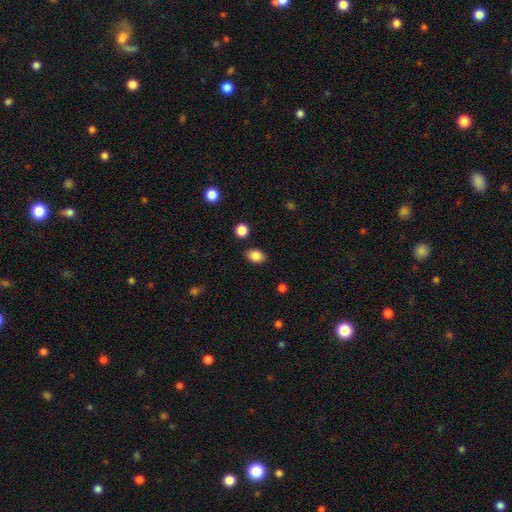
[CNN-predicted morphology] smooth 86%, star or artifact 9%, featured or disk 5%. Down the decision tree: how rounded — in between (75%); merging — none (86%).